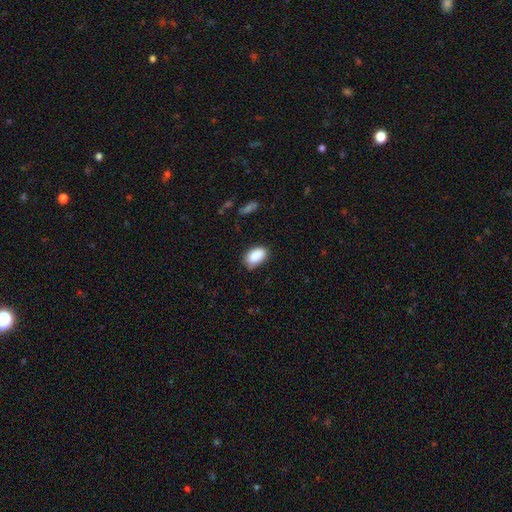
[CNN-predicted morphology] A smooth galaxy with no disk features (89%) that is in between round and cigar-shaped (91%).

Vote fractions:
- Smooth or featured? smooth: 89% / star or artifact: 7% / featured or disk: 4%
- How rounded? in between: 91% / round: 8% / cigar-shaped: 1%
- Merging? none: 74% / minor disturbance: 21% / major disturbance: 4% / merger: 2%